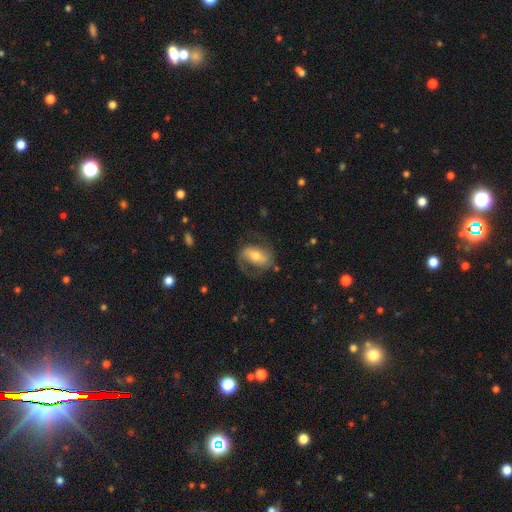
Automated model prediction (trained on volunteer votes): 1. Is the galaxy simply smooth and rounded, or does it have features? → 75% featured or disk, 19% smooth, 6% star or artifact.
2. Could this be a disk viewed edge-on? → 96% no, 4% yes.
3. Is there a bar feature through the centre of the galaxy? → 39% strong, 37% weak, 24% no.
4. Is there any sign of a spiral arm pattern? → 91% yes, 9% no.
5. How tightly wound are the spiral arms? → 51% medium, 31% loose, 18% tight.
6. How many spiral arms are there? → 86% 2, 6% 1, 5% can't tell, 1% 3, 1% 4, 1% more than 4.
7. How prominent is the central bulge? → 61% moderate, 28% small, 8% large, 1% none, 1% dominant.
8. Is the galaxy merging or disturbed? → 68% none, 16% minor disturbance, 14% major disturbance, 2% merger.